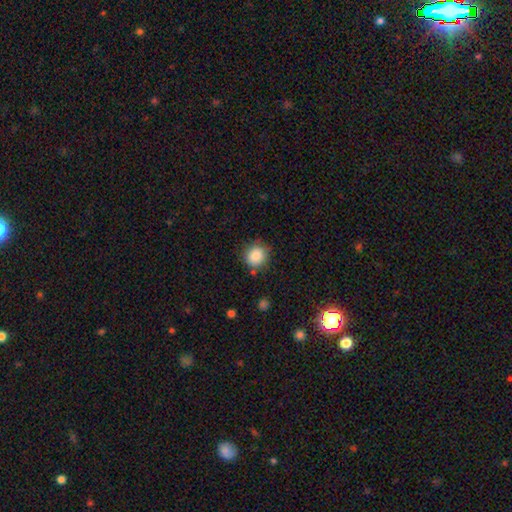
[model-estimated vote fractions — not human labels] Smooth or featured? smooth (85%)
How rounded? round (84%)
Merging? none (80%)